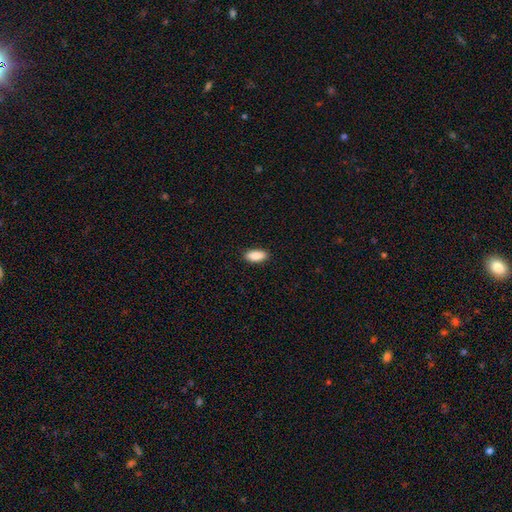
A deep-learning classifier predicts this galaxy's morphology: Overall: smooth (90%). How rounded: in between (89%). Merging: none (89%).